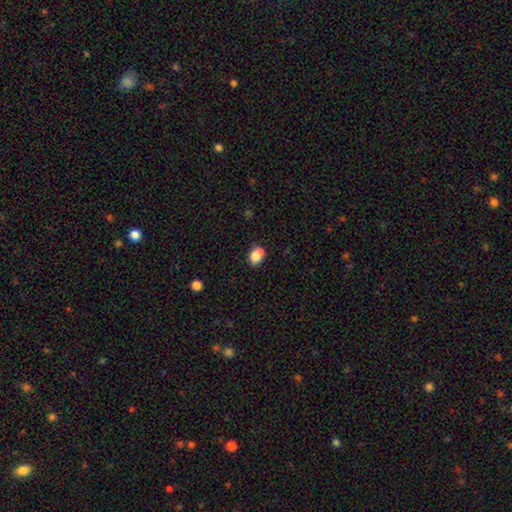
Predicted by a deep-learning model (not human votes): Overall: smooth (82%). How rounded: in between (76%). Merging: none (56%; minor disturbance 22%).